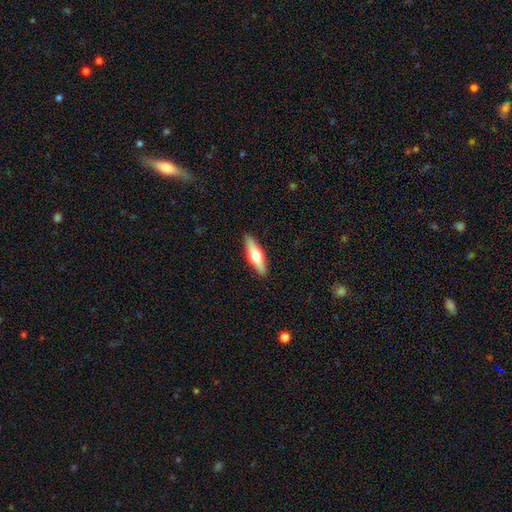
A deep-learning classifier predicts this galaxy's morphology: Smooth or featured? Predicted: featured or disk (p=0.49). Merging? Predicted: none (p=0.90).